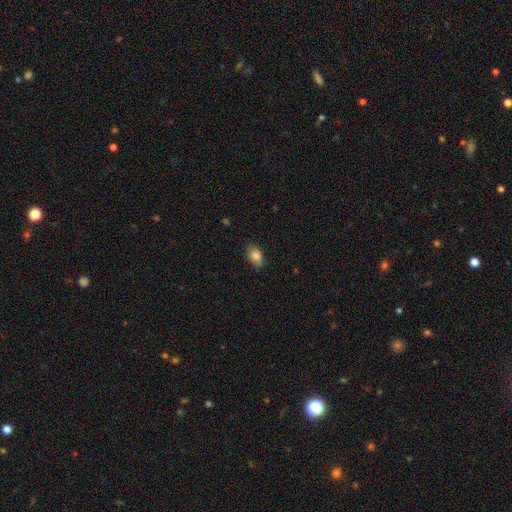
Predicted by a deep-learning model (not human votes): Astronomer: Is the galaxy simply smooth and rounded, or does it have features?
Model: smooth — 83%.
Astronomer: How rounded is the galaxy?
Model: in between — 83%.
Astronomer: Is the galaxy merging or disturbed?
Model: none — 76%.